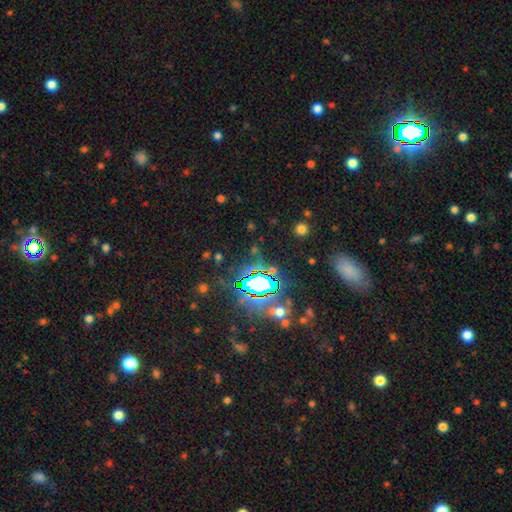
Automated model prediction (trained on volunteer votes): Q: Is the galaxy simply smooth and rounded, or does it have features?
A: star or artifact — 73%.